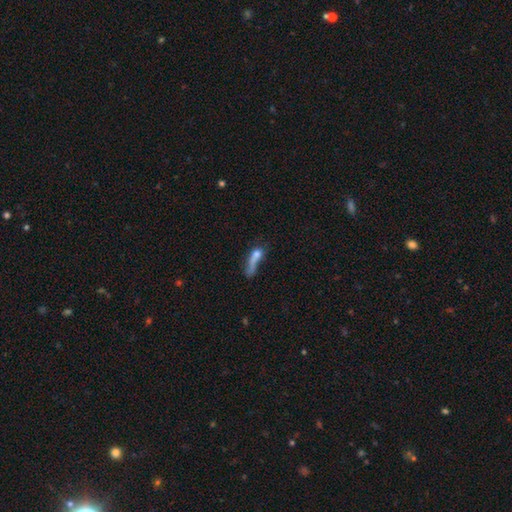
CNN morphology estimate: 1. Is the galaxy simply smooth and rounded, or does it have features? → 59% smooth, 28% featured or disk, 12% star or artifact.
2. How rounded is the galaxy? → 51% cigar-shaped, 35% in between, 14% round.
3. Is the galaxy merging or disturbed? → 35% major disturbance, 26% none, 23% merger, 16% minor disturbance.